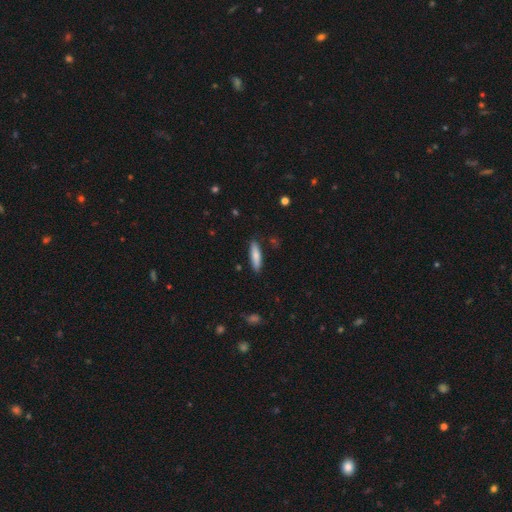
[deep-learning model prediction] This appears to be a smooth galaxy with no disk features (79%) that is cigar-shaped (73%). Merging: none (87%).